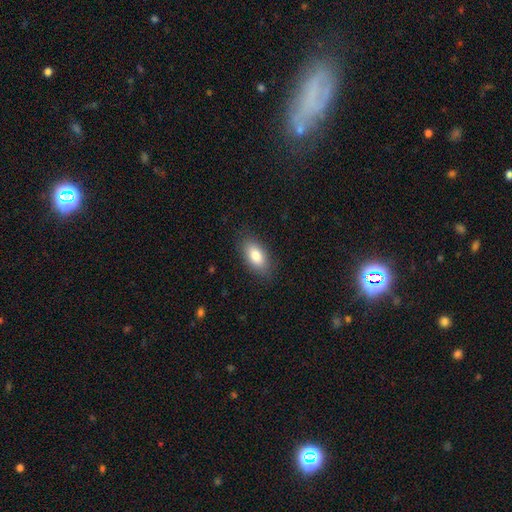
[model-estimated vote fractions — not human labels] Smooth or featured: smooth — 83% (featured or disk — 10%)
How rounded: in between — 91% (cigar-shaped — 6%)
Merging: none — 85% (minor disturbance — 11%)